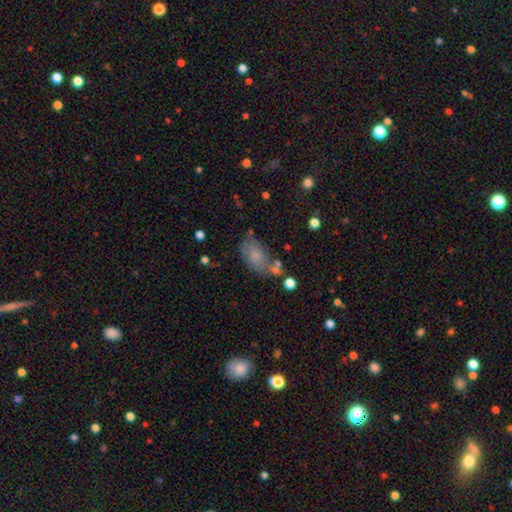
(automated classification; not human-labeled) Q: Smooth or featured?
A: smooth (65%); runner-up: featured or disk (24%)
Q: How rounded?
A: in between (88%); runner-up: round (8%)
Q: Merging?
A: none (54%); runner-up: minor disturbance (25%)